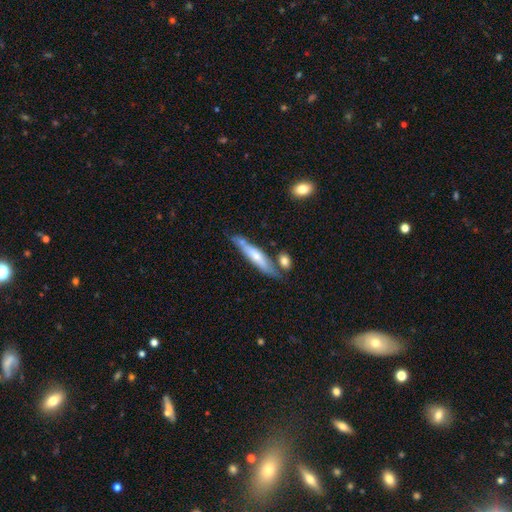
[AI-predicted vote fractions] Smooth or featured? smooth (51%)
How rounded? cigar-shaped (86%)
Merging? none (63%)